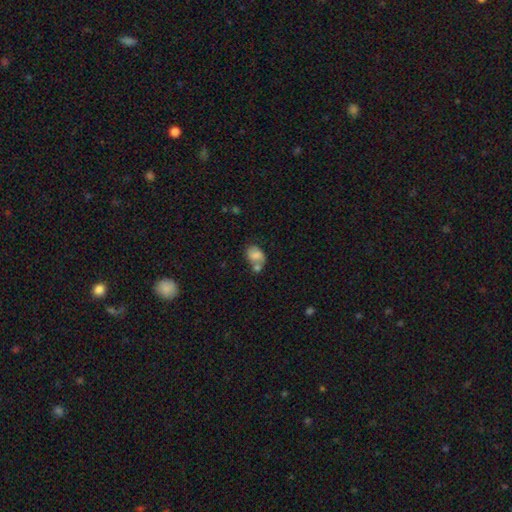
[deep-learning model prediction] Smooth or featured?
  - smooth: 72% *
  - featured or disk: 19%
  - star or artifact: 9%
How rounded?
  - in between: 65% *
  - round: 34%
  - cigar-shaped: 1%
Merging?
  - merger: 43% *
  - none: 32%
  - minor disturbance: 17%
  - major disturbance: 8%